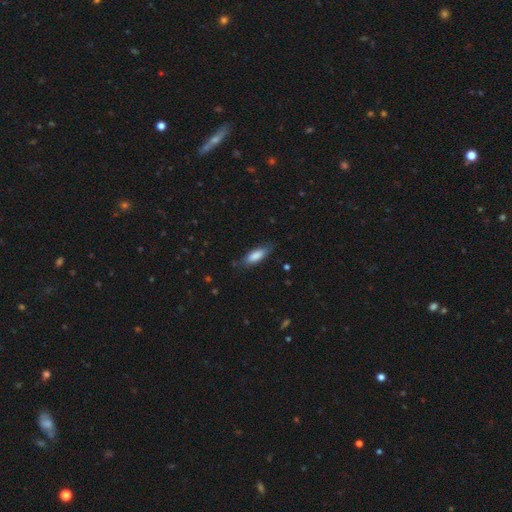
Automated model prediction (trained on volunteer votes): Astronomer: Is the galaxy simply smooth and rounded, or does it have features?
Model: smooth — 82%.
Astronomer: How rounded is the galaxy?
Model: in between — 64%.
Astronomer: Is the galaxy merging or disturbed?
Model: none — 77%.